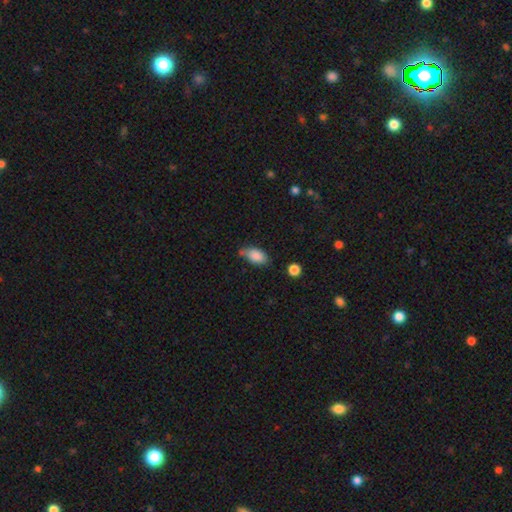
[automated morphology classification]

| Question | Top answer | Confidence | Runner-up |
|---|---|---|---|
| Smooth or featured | smooth | 86% | star or artifact (8%) |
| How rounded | in between | 91% | round (5%) |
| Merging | none | 59% | minor disturbance (26%) |